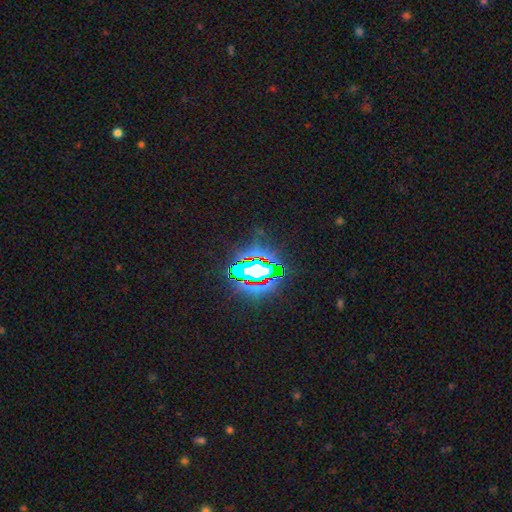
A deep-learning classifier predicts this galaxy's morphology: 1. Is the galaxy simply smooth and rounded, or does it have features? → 81% star or artifact, 11% smooth, 8% featured or disk.